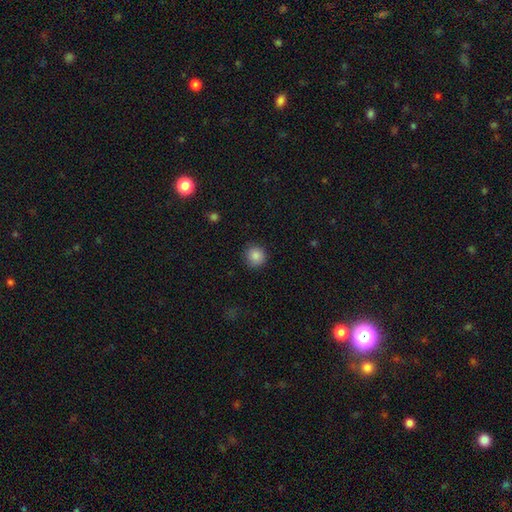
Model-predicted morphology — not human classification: A smooth galaxy with no disk features (87%) that is round (93%). Merging: none (89%).